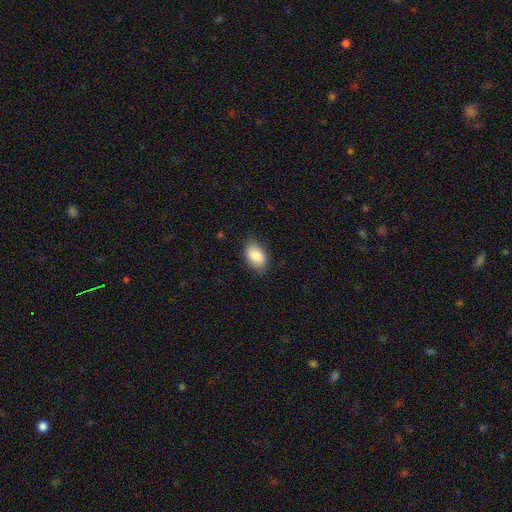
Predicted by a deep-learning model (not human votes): smooth 86%, featured or disk 8%, star or artifact 7%. Down the decision tree: how rounded — in between (90%); merging — none (83%).